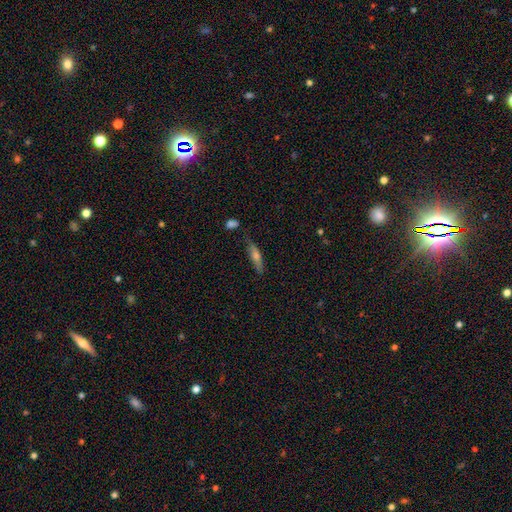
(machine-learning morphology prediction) smooth_or_featured: smooth (p=0.48) [alt: featured or disk p=0.43]
merging: none (p=0.74) [alt: minor disturbance p=0.17]